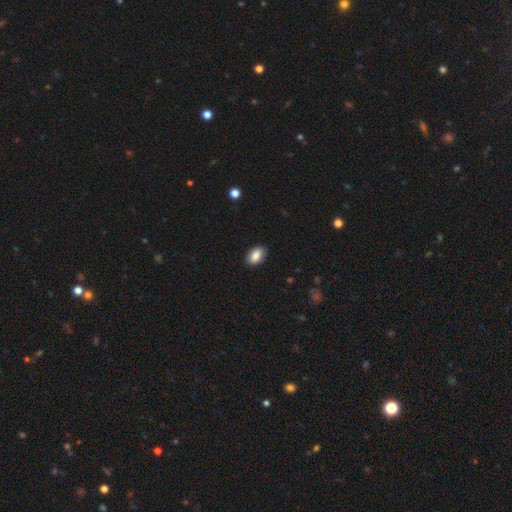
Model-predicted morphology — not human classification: Smooth or featured? Predicted: smooth (p=0.86). How rounded? Predicted: in between (p=0.91). Merging? Predicted: none (p=0.87).